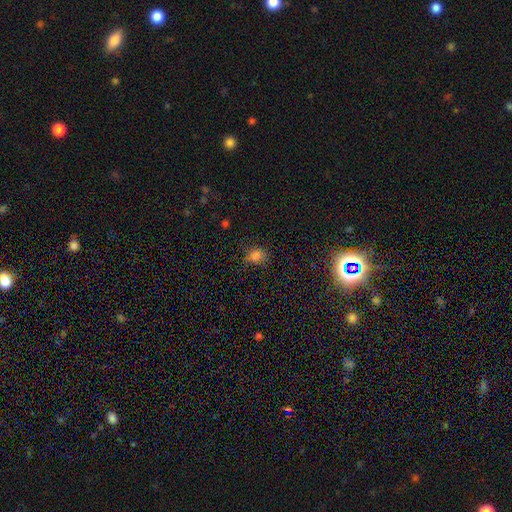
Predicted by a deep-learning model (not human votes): Overall: smooth (77%). How rounded: round (67%; in between 32%). Merging: none (77%).